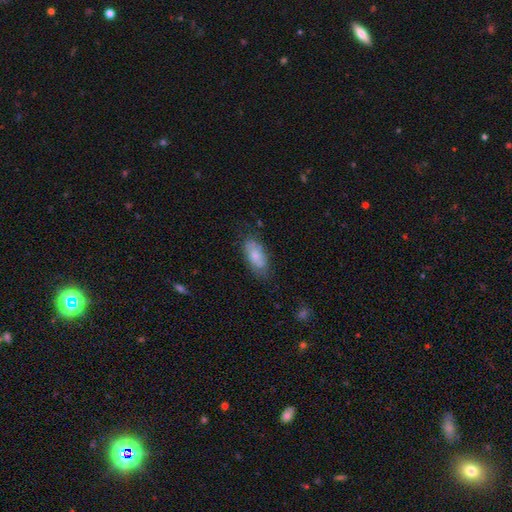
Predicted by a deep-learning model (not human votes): Q: Smooth or featured?
A: smooth (65%); runner-up: featured or disk (28%)
Q: How rounded?
A: in between (87%); runner-up: cigar-shaped (10%)
Q: Merging?
A: none (68%); runner-up: minor disturbance (24%)